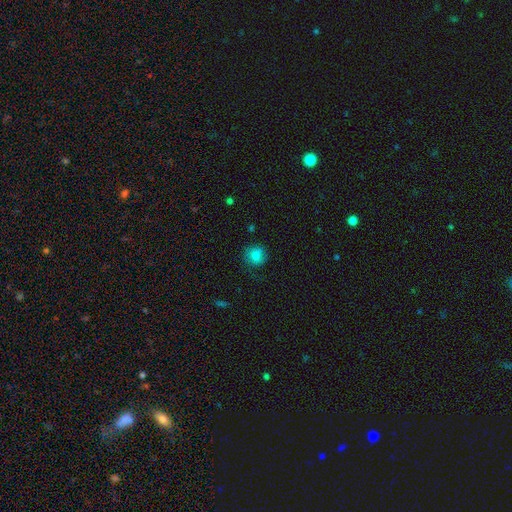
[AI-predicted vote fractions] smooth-or-featured: smooth: 77% | featured or disk: 13% | star or artifact: 10%
  how-rounded: round: 90% | in between: 9% | cigar-shaped: 1%
  merging: none: 78% | minor disturbance: 16% | major disturbance: 5% | merger: 1%